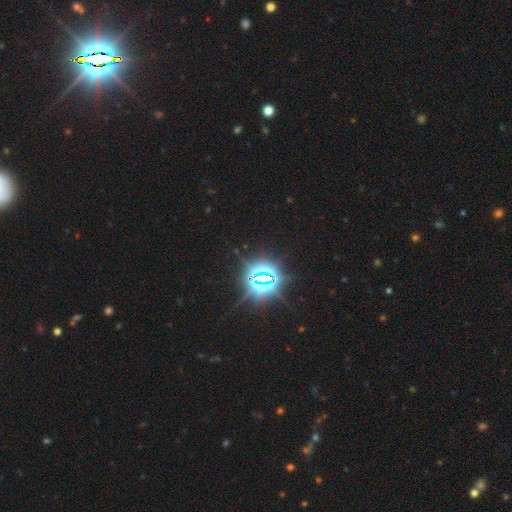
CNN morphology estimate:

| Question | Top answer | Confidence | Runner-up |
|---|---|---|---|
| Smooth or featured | star or artifact | 84% | smooth (10%) |